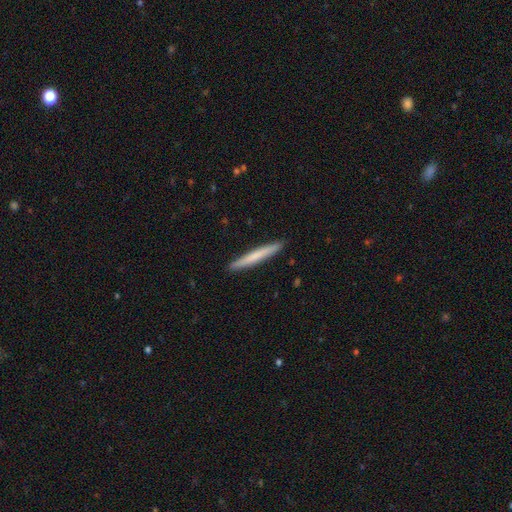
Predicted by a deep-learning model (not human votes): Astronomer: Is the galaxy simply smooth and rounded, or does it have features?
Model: smooth — 66%.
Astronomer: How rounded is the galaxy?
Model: cigar-shaped — 97%.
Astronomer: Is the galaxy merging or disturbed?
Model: none — 92%.